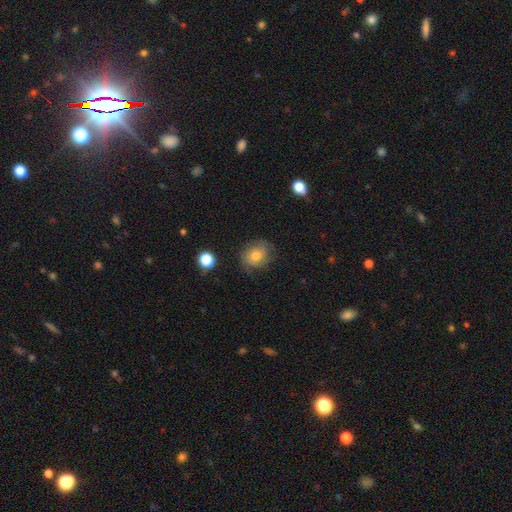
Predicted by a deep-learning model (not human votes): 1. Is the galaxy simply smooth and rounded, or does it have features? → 66% smooth, 24% featured or disk, 10% star or artifact.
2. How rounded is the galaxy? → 63% round, 36% in between, 1% cigar-shaped.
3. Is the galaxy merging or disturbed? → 71% none, 21% minor disturbance, 6% major disturbance, 1% merger.